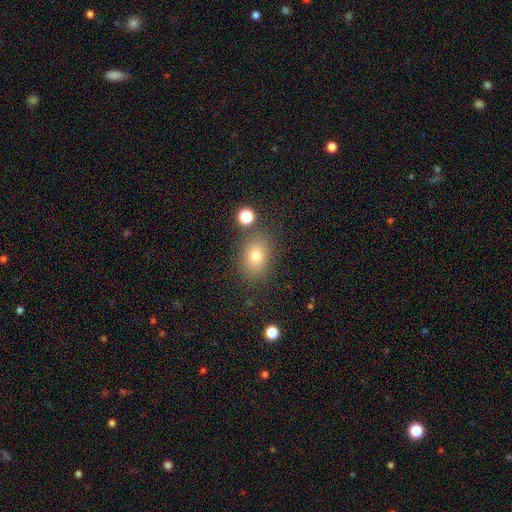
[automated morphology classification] The model was most divided on "how rounded": in between: 66%, round: 33%, cigar-shaped: 1%. More confident: merging — none (80%); smooth or featured — smooth (74%).